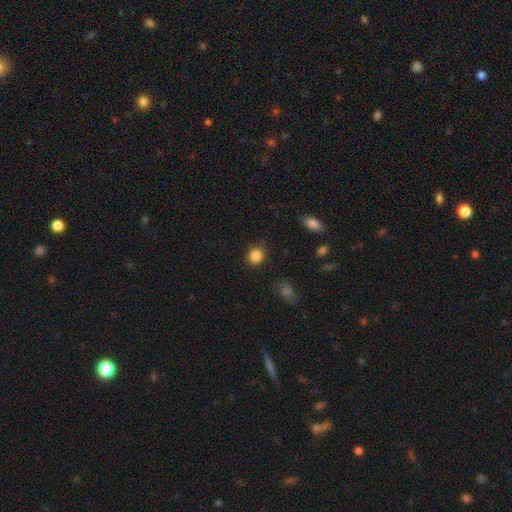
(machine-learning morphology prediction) Overall: smooth (85%). How rounded: round (84%). Merging: none (83%).